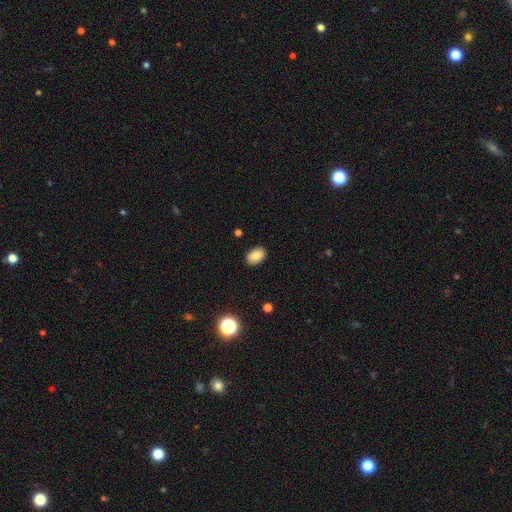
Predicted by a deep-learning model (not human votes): Smooth or featured? Predicted: smooth (p=0.83). How rounded? Predicted: in between (p=0.88). Merging? Predicted: none (p=0.89).